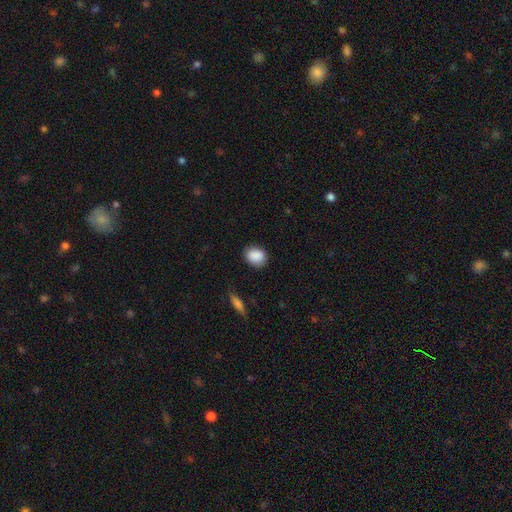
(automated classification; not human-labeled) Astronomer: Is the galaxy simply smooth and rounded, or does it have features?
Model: smooth — 89%.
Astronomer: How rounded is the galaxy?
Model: round — 50% (runner-up: in between, 49%).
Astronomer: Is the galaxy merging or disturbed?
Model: none — 84%.